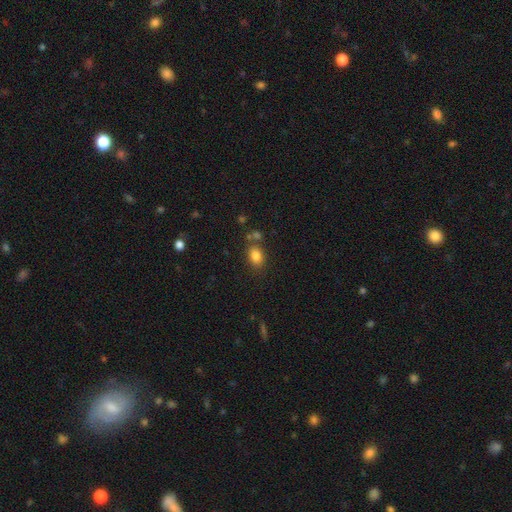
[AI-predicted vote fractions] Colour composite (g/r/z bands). It shows a smooth galaxy with no disk features (83%) that is in between round and cigar-shaped (77%). Merging: none (71%).